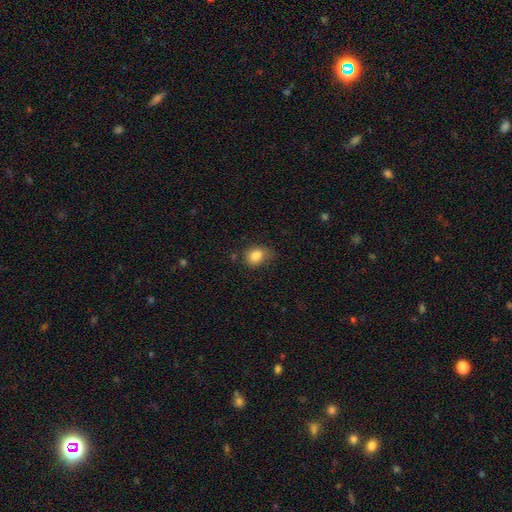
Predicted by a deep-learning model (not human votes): This is clearly a smooth galaxy (85%). How rounded: possibly in between (53%). Merging: possibly none (59%).